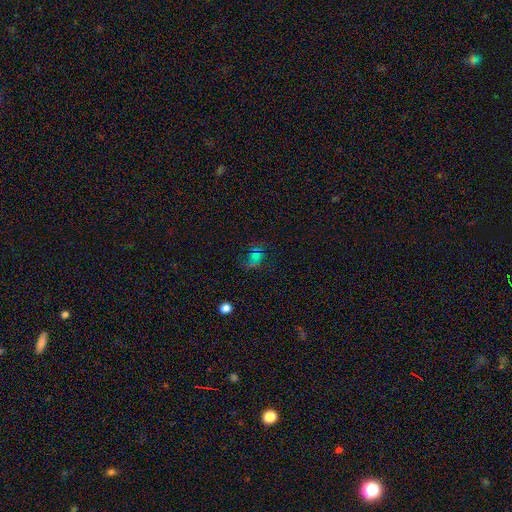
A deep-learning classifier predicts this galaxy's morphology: Q: Smooth or featured?
A: smooth (47%); runner-up: featured or disk (27%)
Q: Merging?
A: none (48%); runner-up: major disturbance (24%)